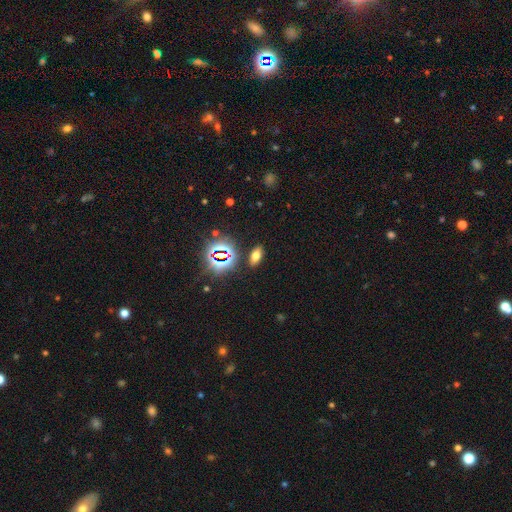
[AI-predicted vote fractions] Overall: smooth (58%; star or artifact 31%). How rounded: in between (81%). Merging: none (88%).